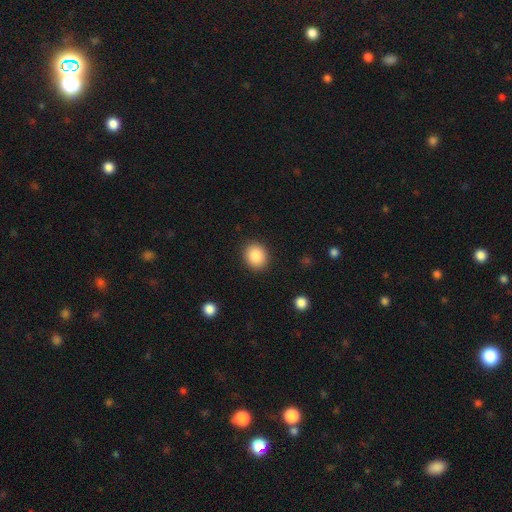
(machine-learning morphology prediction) Smooth or featured? Predicted: smooth (p=0.87). How rounded? Predicted: round (p=0.75). Merging? Predicted: none (p=0.90).